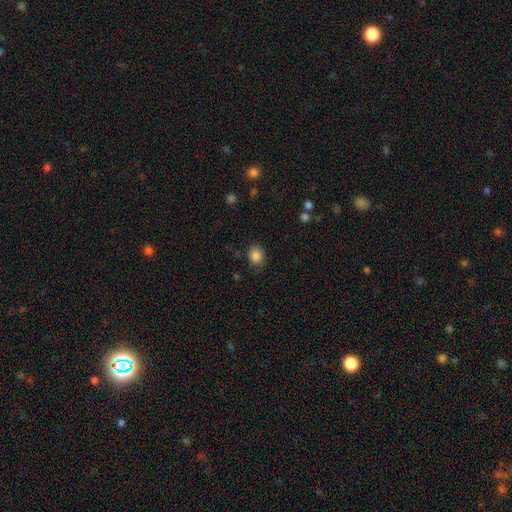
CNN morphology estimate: The model was most divided on "how rounded": round: 50%, in between: 49%, cigar-shaped: 1%. More confident: smooth or featured — smooth (86%); merging — none (80%).